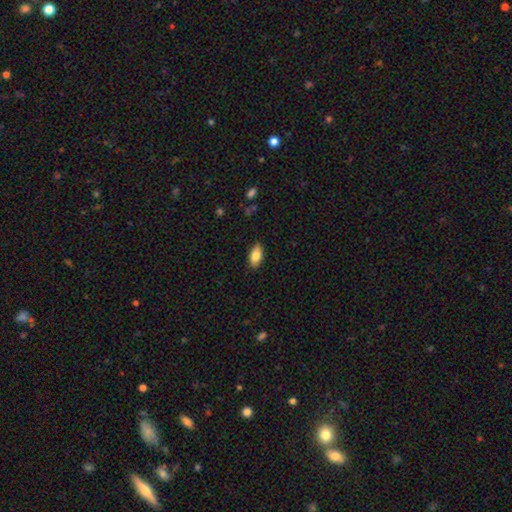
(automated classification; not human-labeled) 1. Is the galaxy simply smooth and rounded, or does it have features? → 82% smooth, 11% featured or disk, 7% star or artifact.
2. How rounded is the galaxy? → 92% in between, 5% cigar-shaped, 3% round.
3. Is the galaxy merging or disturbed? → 88% none, 9% minor disturbance, 2% major disturbance, 1% merger.